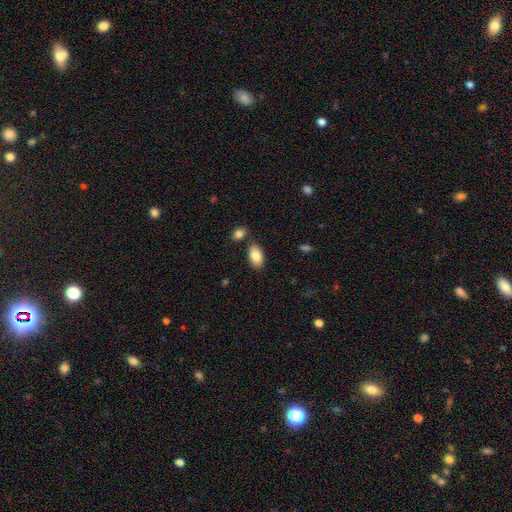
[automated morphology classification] Smooth or featured? Predicted: smooth (p=0.86). How rounded? Predicted: in between (p=0.95). Merging? Predicted: none (p=0.80).